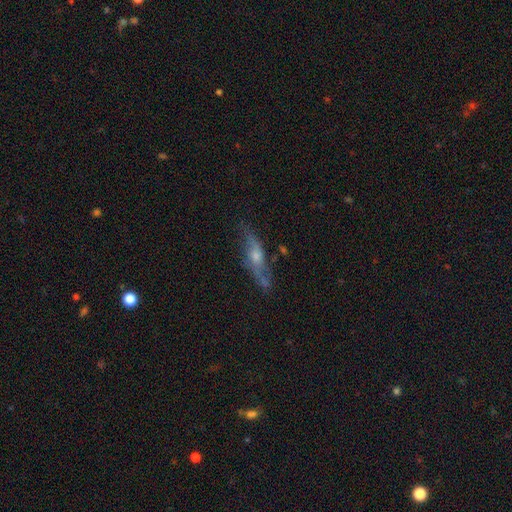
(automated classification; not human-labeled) Q: Smooth or featured?
A: featured or disk (68%); runner-up: smooth (24%)
Q: Edge-on disk?
A: no (53%); runner-up: yes (47%)
Q: Merging?
A: none (65%); runner-up: minor disturbance (22%)